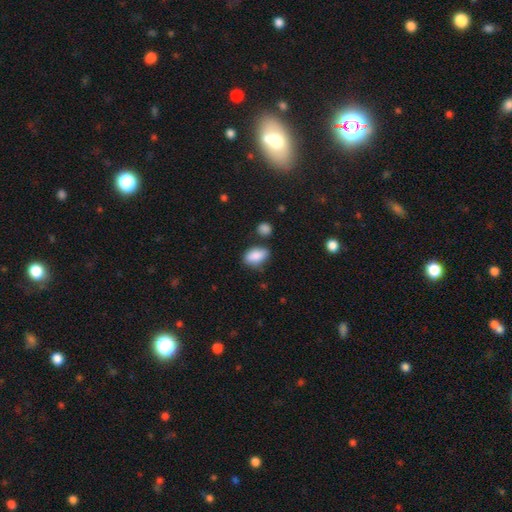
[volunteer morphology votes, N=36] Overall: smooth (92%). How rounded: in between (97%). Merging: none (65%; minor disturbance 32%).